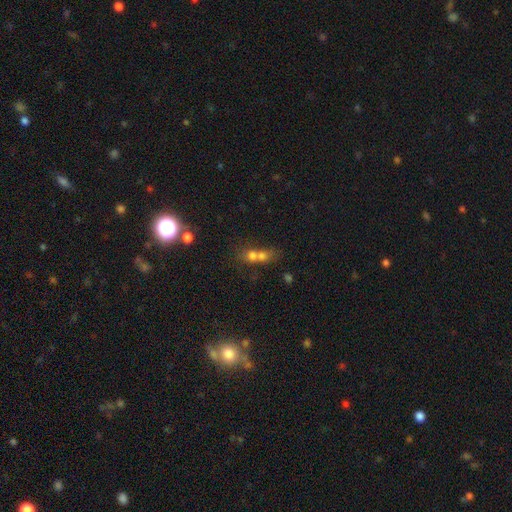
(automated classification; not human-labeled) smooth 66%, featured or disk 20%, star or artifact 14%. Down the decision tree: how rounded — round (59%); merging — merger (71%).